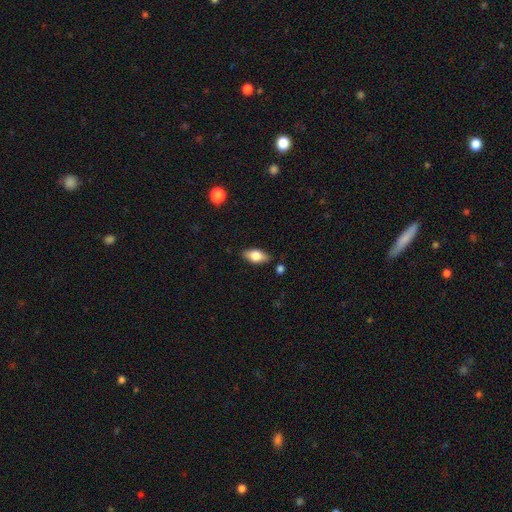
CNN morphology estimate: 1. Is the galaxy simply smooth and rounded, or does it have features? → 74% smooth, 19% featured or disk, 7% star or artifact.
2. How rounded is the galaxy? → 88% in between, 9% cigar-shaped, 4% round.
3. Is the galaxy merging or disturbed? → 83% none, 12% minor disturbance, 3% merger, 2% major disturbance.